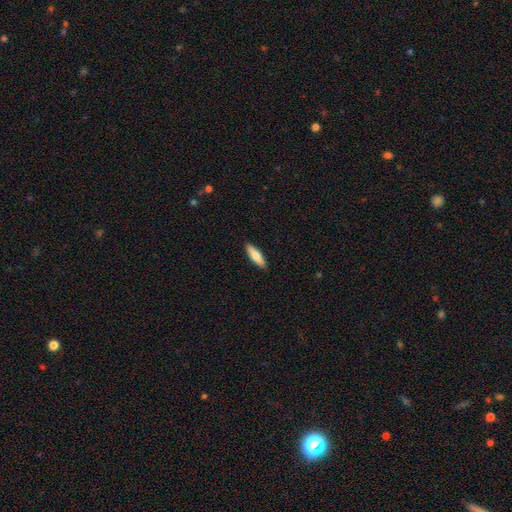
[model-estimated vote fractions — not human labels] Smooth or featured?
  - smooth: 74% *
  - featured or disk: 20%
  - star or artifact: 5%
How rounded?
  - cigar-shaped: 57% *
  - in between: 41%
  - round: 2%
Merging?
  - none: 91% *
  - minor disturbance: 7%
  - major disturbance: 1%
  - merger: 1%